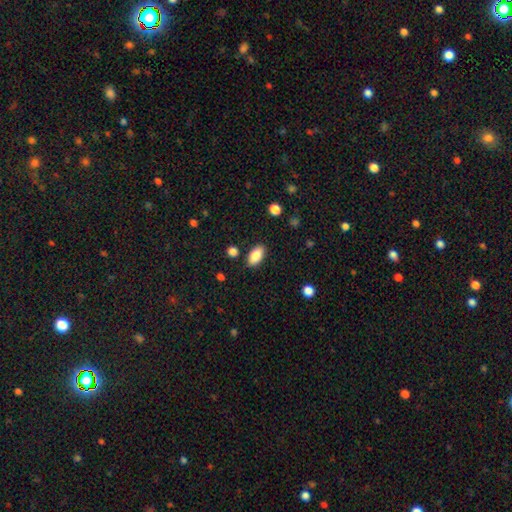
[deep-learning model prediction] Smooth or featured?
  - smooth: 85% *
  - star or artifact: 7%
  - featured or disk: 7%
How rounded?
  - in between: 92% *
  - cigar-shaped: 5%
  - round: 4%
Merging?
  - none: 86% *
  - minor disturbance: 9%
  - major disturbance: 2%
  - merger: 2%